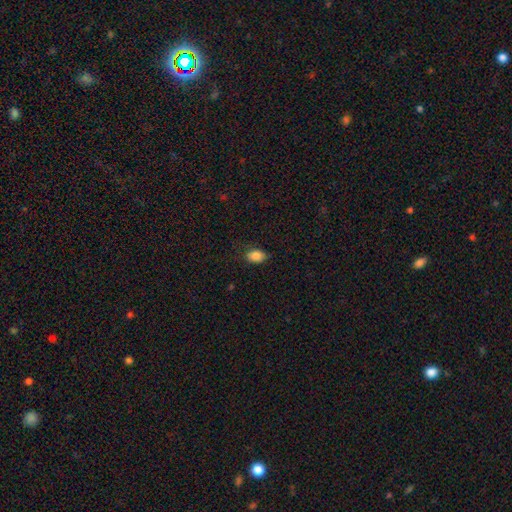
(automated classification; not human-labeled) smooth 86%, star or artifact 8%, featured or disk 5%. Down the decision tree: how rounded — in between (85%); merging — none (76%).